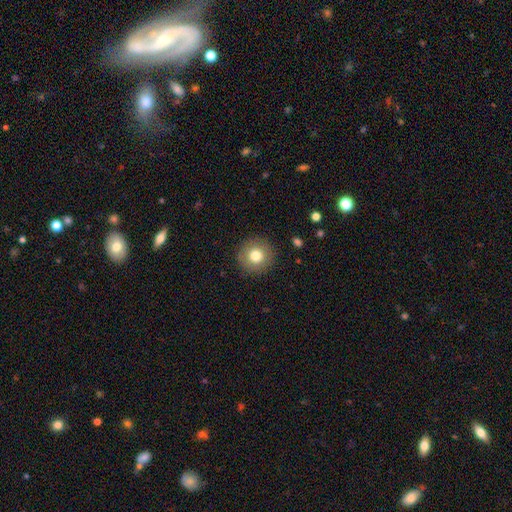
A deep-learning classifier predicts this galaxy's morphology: This appears to be a smooth galaxy with no disk features (78%) that is round (94%). Merging: none (90%).